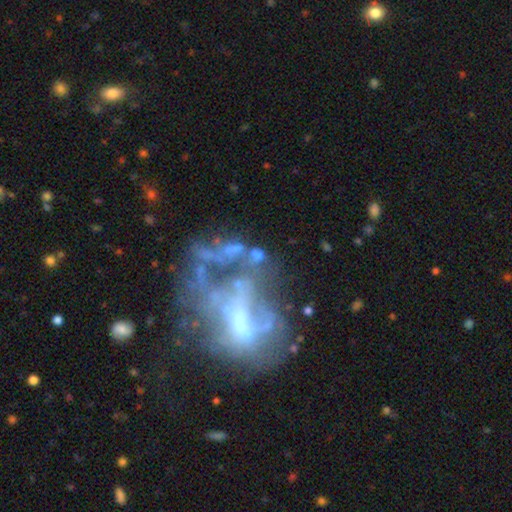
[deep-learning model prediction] The model was most divided on "merging": major disturbance: 39%, none: 25%, merger: 25%, minor disturbance: 11%. More confident: edge-on disk — no (96%); spiral arms — no (85%); bar — no (78%); smooth or featured — featured or disk (64%); bulge size — none (53%).